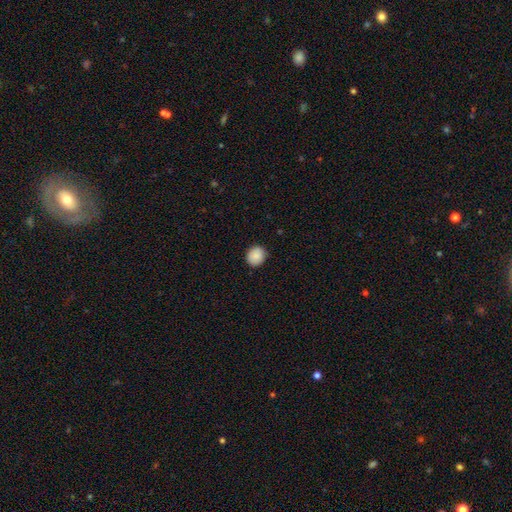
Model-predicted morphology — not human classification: type=smooth (89%); roundness=round (84%); merging=none (87%).